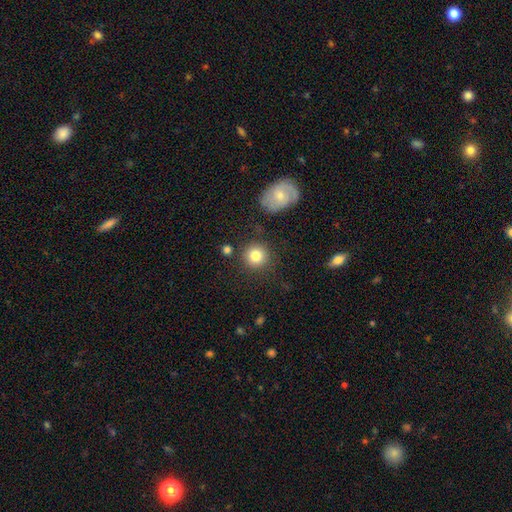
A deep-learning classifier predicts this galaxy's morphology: Q: Smooth or featured?
A: smooth (83%); runner-up: star or artifact (9%)
Q: How rounded?
A: round (92%); runner-up: in between (7%)
Q: Merging?
A: none (83%); runner-up: minor disturbance (9%)